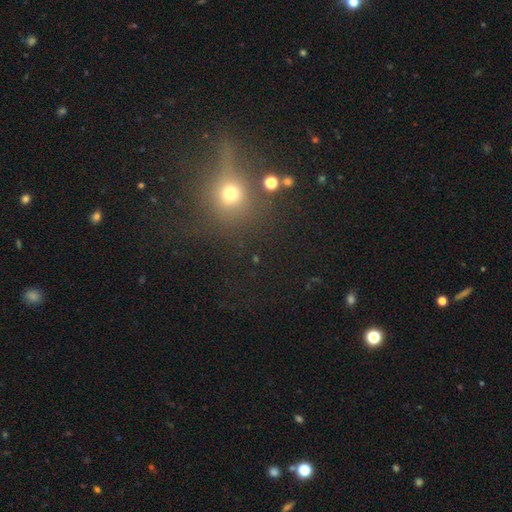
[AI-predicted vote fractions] Q: Smooth or featured?
A: star or artifact (48%); runner-up: smooth (35%)